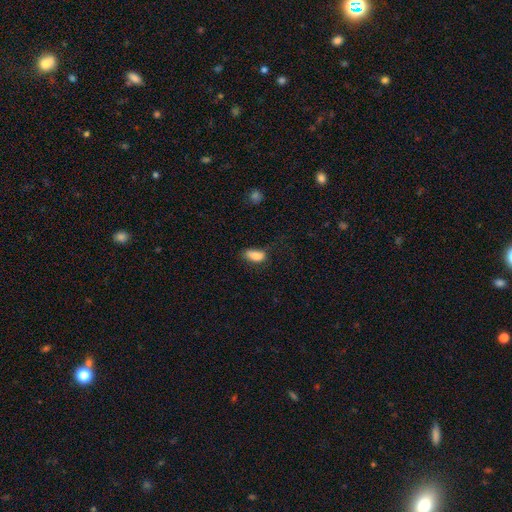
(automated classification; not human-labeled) Smooth or featured? smooth (85%)
How rounded? in between (88%)
Merging? none (54%)